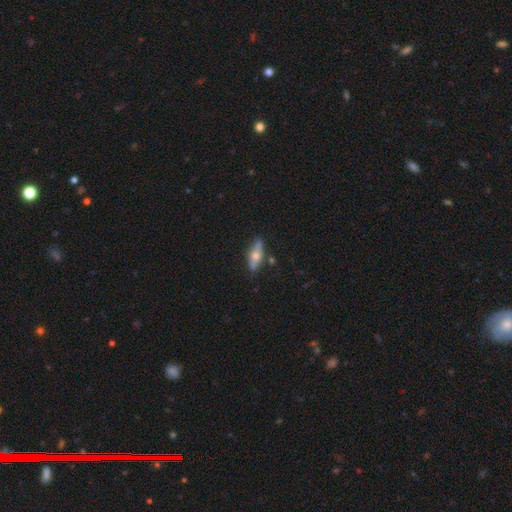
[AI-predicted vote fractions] Q: Smooth or featured?
A: smooth (50%); runner-up: featured or disk (43%)
Q: How rounded?
A: in between (54%); runner-up: cigar-shaped (43%)
Q: Merging?
A: none (82%); runner-up: minor disturbance (12%)